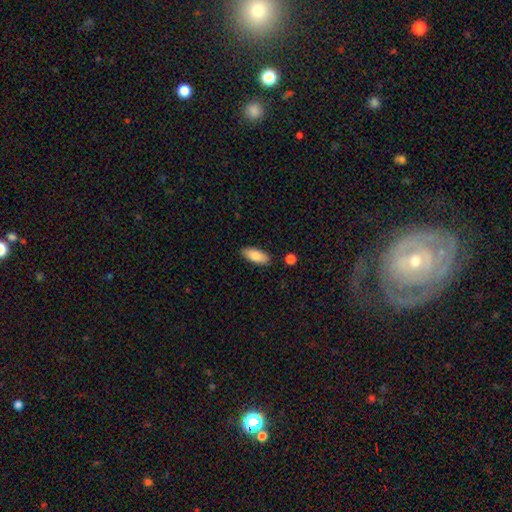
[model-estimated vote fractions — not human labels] Smooth or featured?
  - smooth: 83% *
  - featured or disk: 11%
  - star or artifact: 6%
How rounded?
  - in between: 83% *
  - cigar-shaped: 15%
  - round: 2%
Merging?
  - none: 85% *
  - minor disturbance: 10%
  - merger: 3%
  - major disturbance: 2%